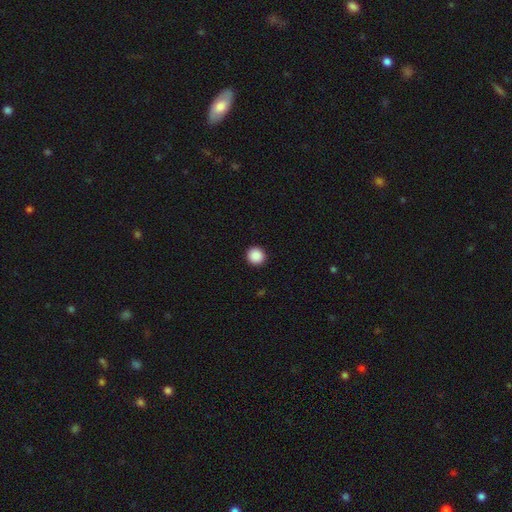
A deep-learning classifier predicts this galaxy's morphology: smooth 89%, star or artifact 9%, featured or disk 2%. Down the decision tree: how rounded — round (94%); merging — none (93%).